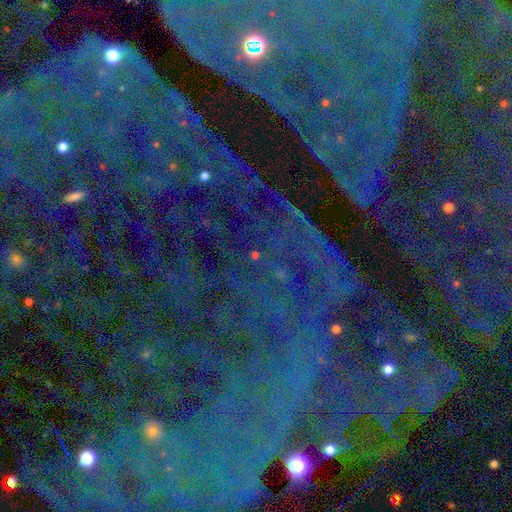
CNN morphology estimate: smooth-or-featured: star or artifact: 80% | smooth: 11% | featured or disk: 10%